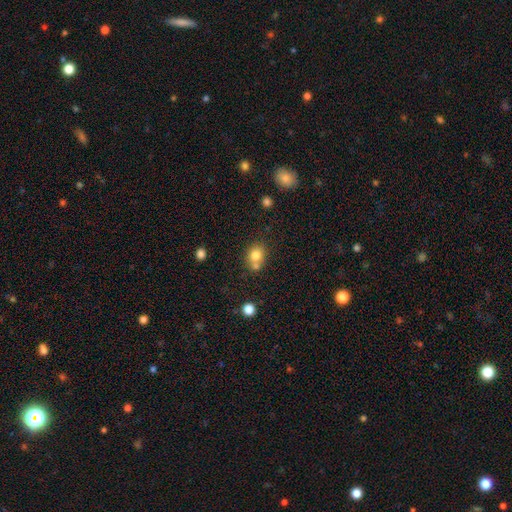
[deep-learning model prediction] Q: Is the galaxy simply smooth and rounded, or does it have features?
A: smooth — 78%.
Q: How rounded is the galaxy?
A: round — 69%.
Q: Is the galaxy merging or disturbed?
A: none — 50%.